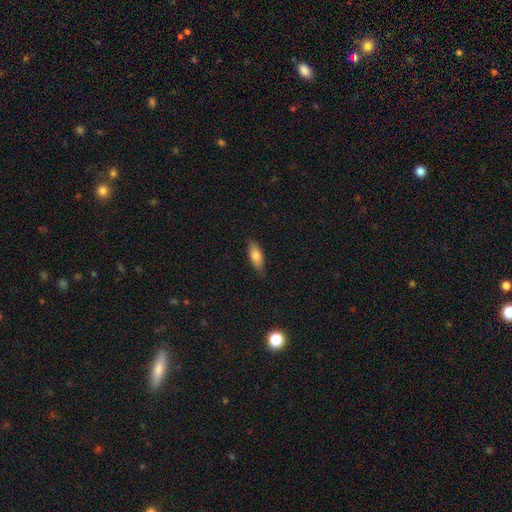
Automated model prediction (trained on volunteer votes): This is likely a smooth galaxy (77%). How rounded: likely in between (74%). Merging: likely none (79%).